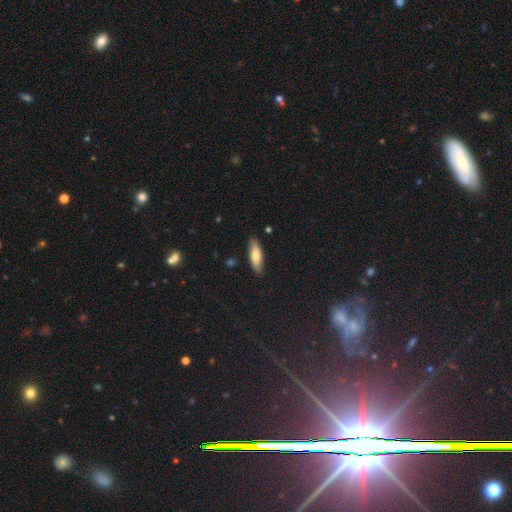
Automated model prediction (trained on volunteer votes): A smooth galaxy with no disk features (71%) that is in between round and cigar-shaped (54%).

Vote fractions:
- Smooth or featured? smooth: 71% / featured or disk: 22% / star or artifact: 7%
- How rounded? in between: 54% / cigar-shaped: 44% / round: 2%
- Merging? none: 86% / minor disturbance: 11% / major disturbance: 2% / merger: 1%